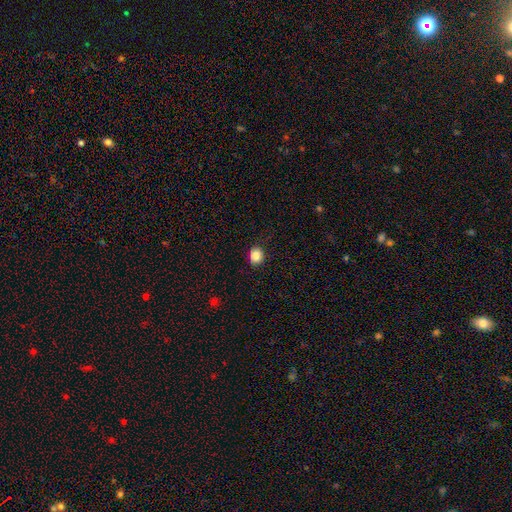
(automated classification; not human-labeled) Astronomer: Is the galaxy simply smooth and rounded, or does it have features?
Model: smooth — 85%.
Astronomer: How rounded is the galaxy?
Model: round — 69%.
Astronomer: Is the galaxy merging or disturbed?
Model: none — 89%.